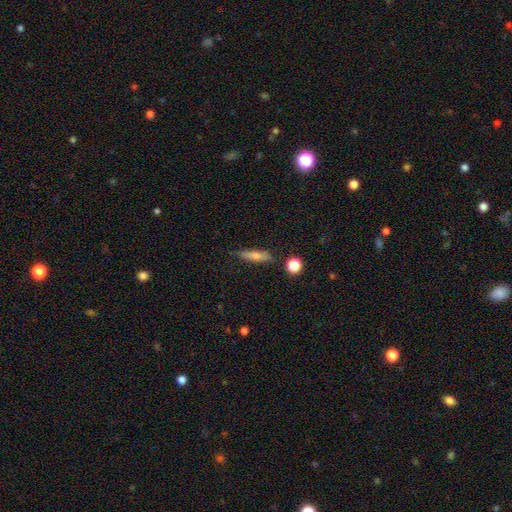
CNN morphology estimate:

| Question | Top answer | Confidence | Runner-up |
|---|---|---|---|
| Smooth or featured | smooth | 69% | featured or disk (23%) |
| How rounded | cigar-shaped | 76% | in between (21%) |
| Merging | none | 77% | minor disturbance (15%) |